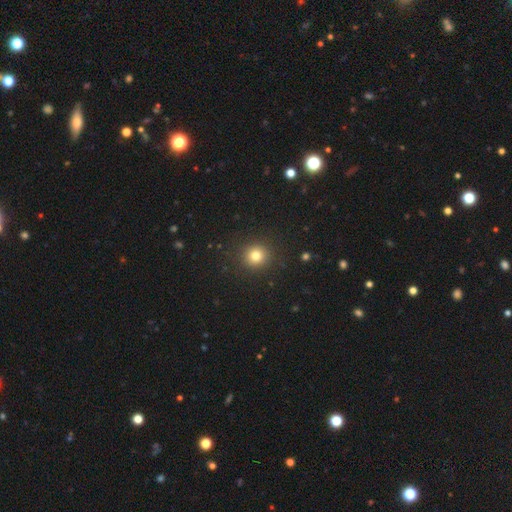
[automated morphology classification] Smooth or featured?
  - smooth: 79% *
  - star or artifact: 14%
  - featured or disk: 7%
How rounded?
  - round: 91% *
  - in between: 8%
  - cigar-shaped: 1%
Merging?
  - none: 91% *
  - minor disturbance: 6%
  - major disturbance: 2%
  - merger: 1%